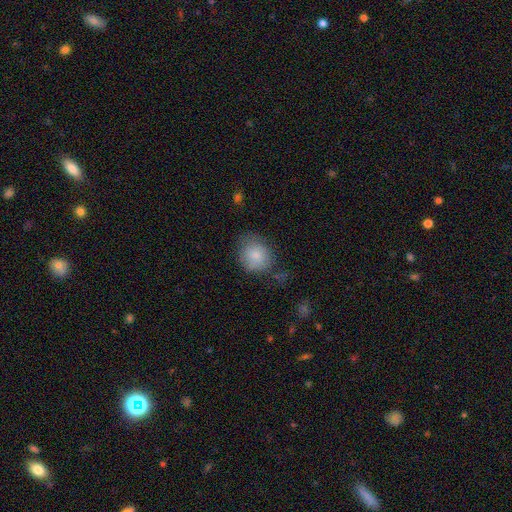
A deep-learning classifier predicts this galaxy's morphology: Smooth or featured: smooth — 82% (featured or disk — 10%)
How rounded: round — 72% (in between — 27%)
Merging: none — 59% (minor disturbance — 27%)